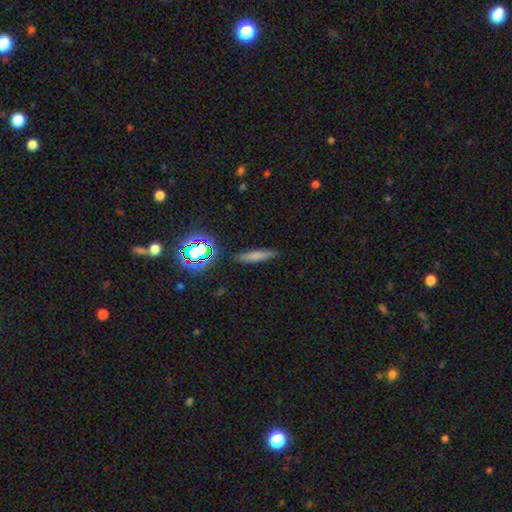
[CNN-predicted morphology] The model was most divided on "smooth or featured": smooth: 68%, featured or disk: 17%, star or artifact: 15%. More confident: merging — none (86%); how rounded — cigar-shaped (83%).